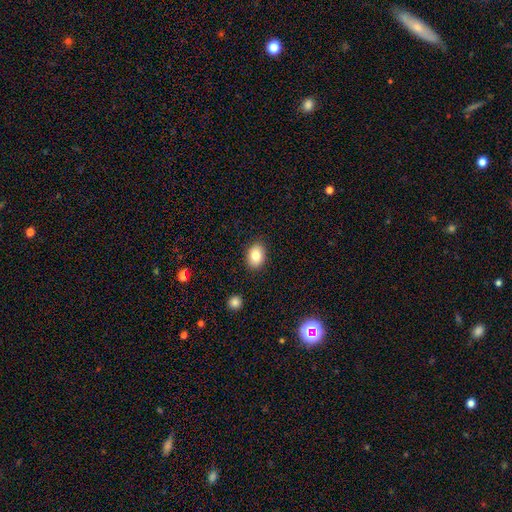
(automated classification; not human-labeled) A smooth galaxy with no disk features (83%) that is in between round and cigar-shaped (73%). Merging: none (88%).